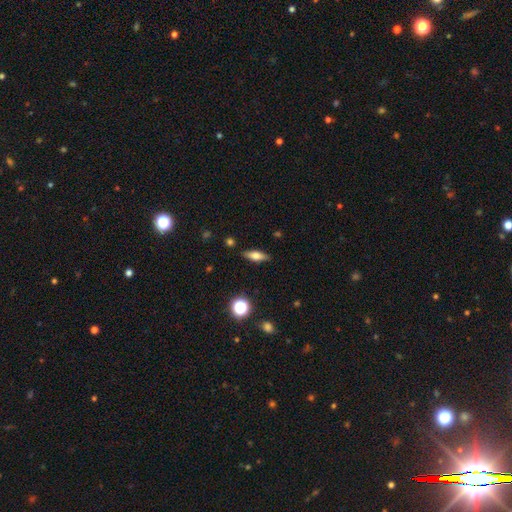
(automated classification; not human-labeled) Overall: smooth (59%; featured or disk 32%). How rounded: in between (54%; cigar-shaped 41%). Merging: none (86%).